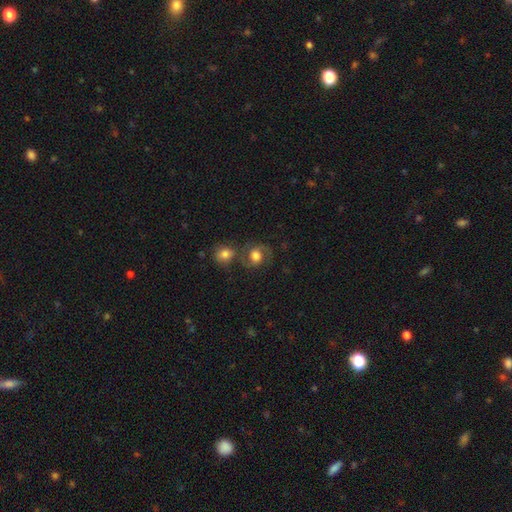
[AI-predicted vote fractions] A smooth galaxy with no disk features (47%). Merging: none (55%).